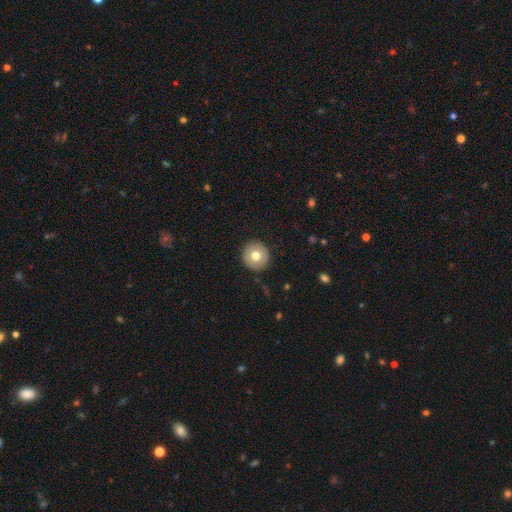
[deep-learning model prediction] Q: Smooth or featured?
A: smooth (73%); runner-up: featured or disk (19%)
Q: How rounded?
A: round (94%); runner-up: in between (5%)
Q: Merging?
A: none (92%); runner-up: minor disturbance (6%)